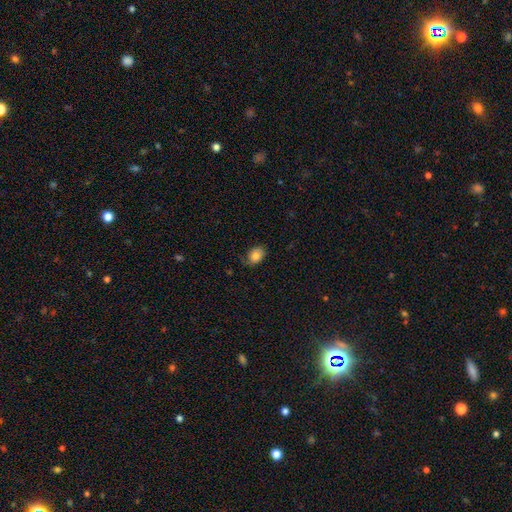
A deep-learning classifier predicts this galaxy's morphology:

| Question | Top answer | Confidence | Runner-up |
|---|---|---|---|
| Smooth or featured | smooth | 80% | featured or disk (11%) |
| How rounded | in between | 74% | round (25%) |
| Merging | none | 69% | minor disturbance (24%) |